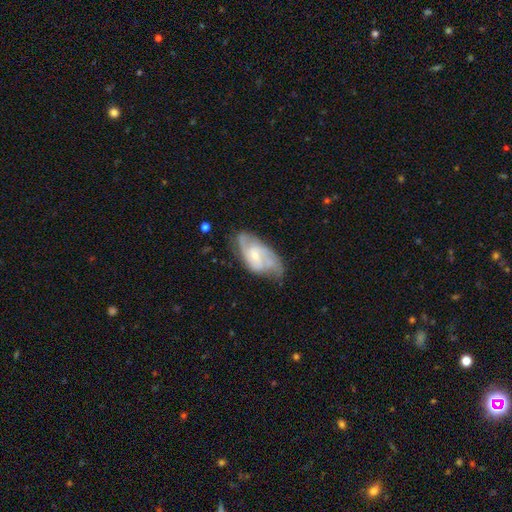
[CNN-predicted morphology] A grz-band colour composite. It shows a featured or disk galaxy (79%) with no bar (48%), 2 (54%) medium (49%) spiral arms (93%) and a small central bulge (63%). Merging: none (58%).